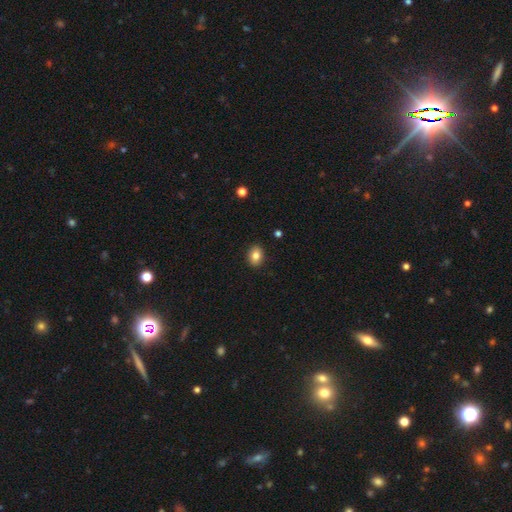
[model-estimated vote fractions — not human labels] Morphology: type=smooth (83%); roundness=in between (65%); merging=none (90%).